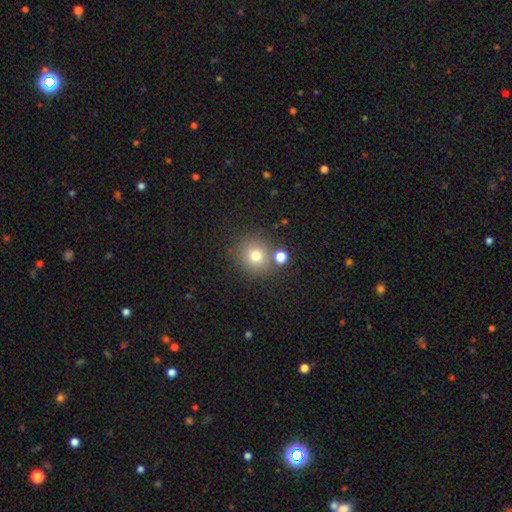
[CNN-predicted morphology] Smooth or featured? smooth (76%)
How rounded? round (89%)
Merging? none (75%)